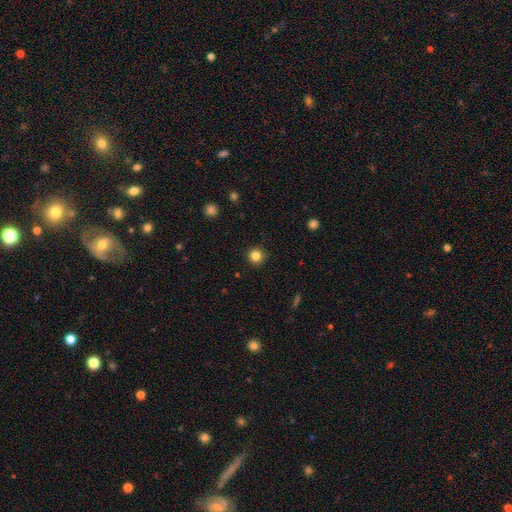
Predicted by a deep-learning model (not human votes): A smooth galaxy with no disk features (83%) that is round (95%).

Vote fractions:
- Smooth or featured? smooth: 83% / star or artifact: 12% / featured or disk: 5%
- How rounded? round: 95% / in between: 4% / cigar-shaped: 1%
- Merging? none: 92% / minor disturbance: 5% / major disturbance: 2% / merger: 1%